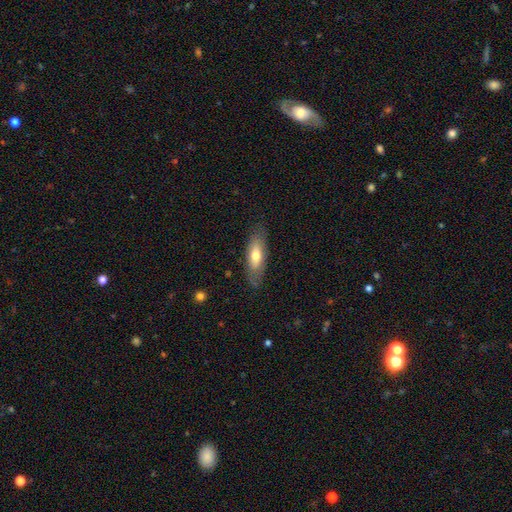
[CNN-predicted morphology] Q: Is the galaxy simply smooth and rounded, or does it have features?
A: smooth — 66%.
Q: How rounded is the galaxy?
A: in between — 61%.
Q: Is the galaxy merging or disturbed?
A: none — 81%.